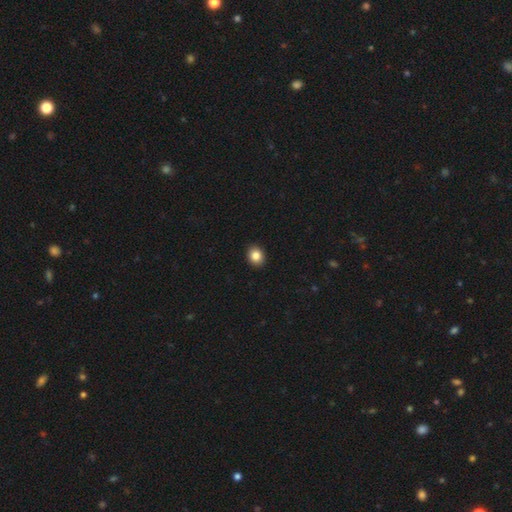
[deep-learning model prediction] smooth_or_featured: smooth (p=0.86) [alt: star or artifact p=0.10]
how_rounded: round (p=0.60) [alt: in between p=0.39]
merging: none (p=0.92) [alt: minor disturbance p=0.06]